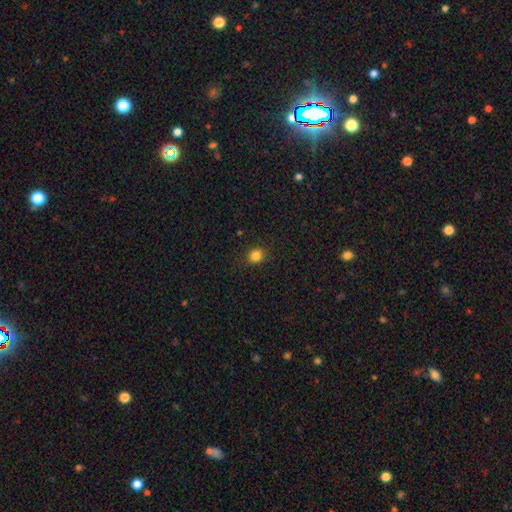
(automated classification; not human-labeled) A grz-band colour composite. It shows a smooth galaxy with no disk features (84%) that is round (67%). Merging: none (88%).